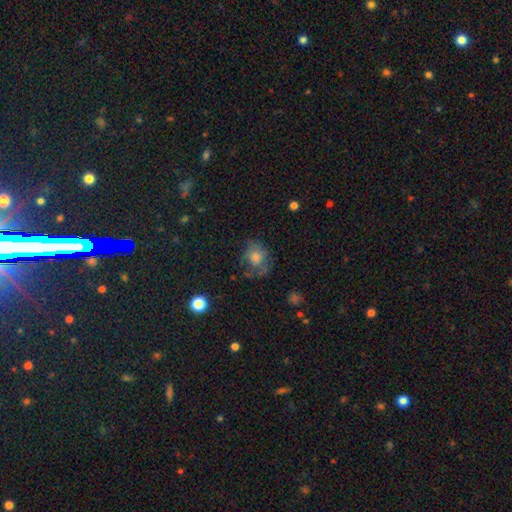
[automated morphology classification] A smooth galaxy with no disk features (52%) that is round (64%).

Vote fractions:
- Smooth or featured? smooth: 52% / featured or disk: 33% / star or artifact: 15%
- How rounded? round: 64% / in between: 35% / cigar-shaped: 1%
- Merging? none: 53% / minor disturbance: 24% / major disturbance: 21% / merger: 2%